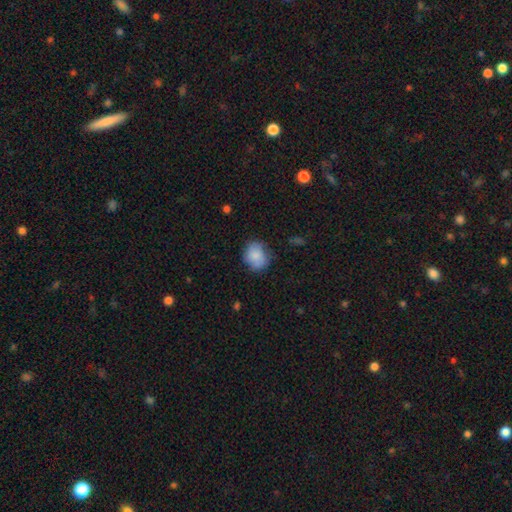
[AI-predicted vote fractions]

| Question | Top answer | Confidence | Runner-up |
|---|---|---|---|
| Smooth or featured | smooth | 78% | featured or disk (14%) |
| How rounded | round | 56% | in between (43%) |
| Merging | none | 66% | minor disturbance (24%) |